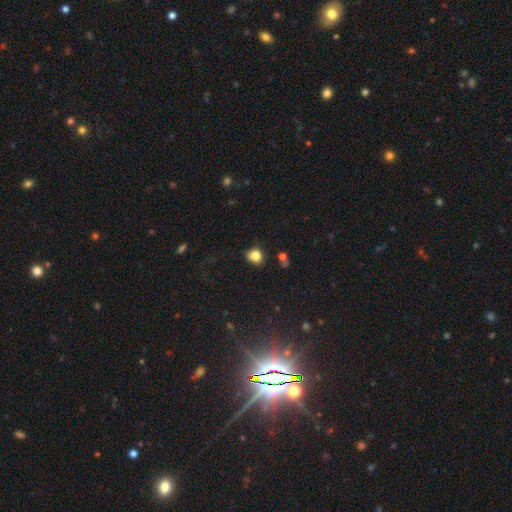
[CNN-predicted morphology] This appears to be a smooth galaxy with no disk features (82%) that is round (64%). Merging: none (71%).